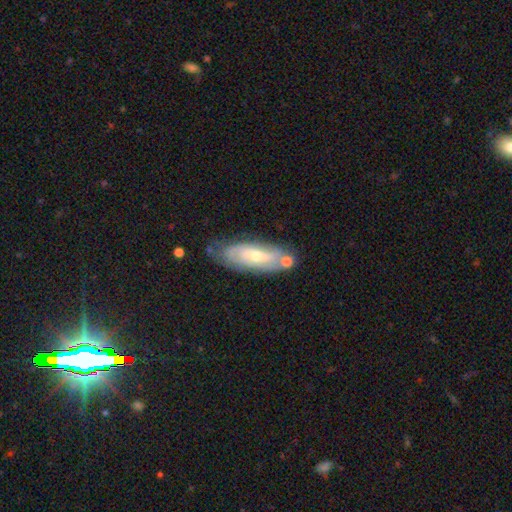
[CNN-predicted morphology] This is likely a featured or disk galaxy (63%). It is clearly not viewed edge-on (83%). Bar: likely no (66%). Spiral arm pattern: likely yes (76%). Central bulge: possibly small (54%). Merging: likely none (62%).